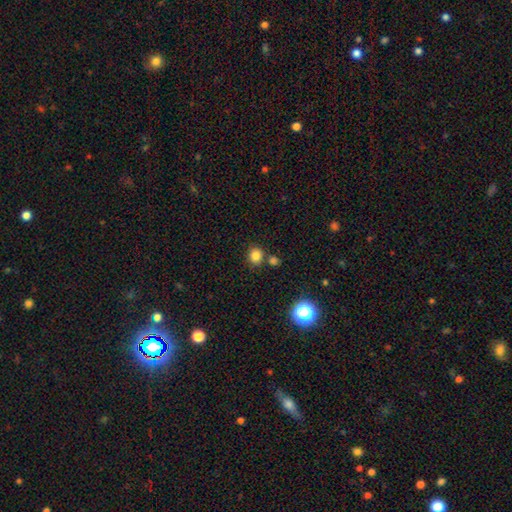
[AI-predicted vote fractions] smooth_or_featured: smooth (p=0.82) [alt: star or artifact p=0.13]
how_rounded: round (p=0.83) [alt: in between p=0.16]
merging: none (p=0.73) [alt: merger p=0.14]